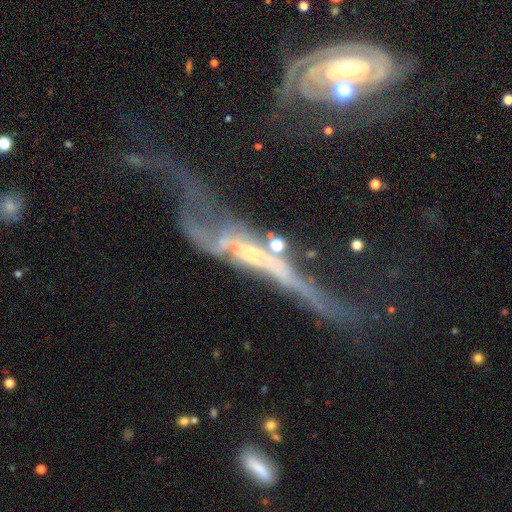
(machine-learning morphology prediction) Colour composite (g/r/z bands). It shows a featured or disk galaxy (72%) viewed edge-on (53%). Merging: major disturbance (37%).